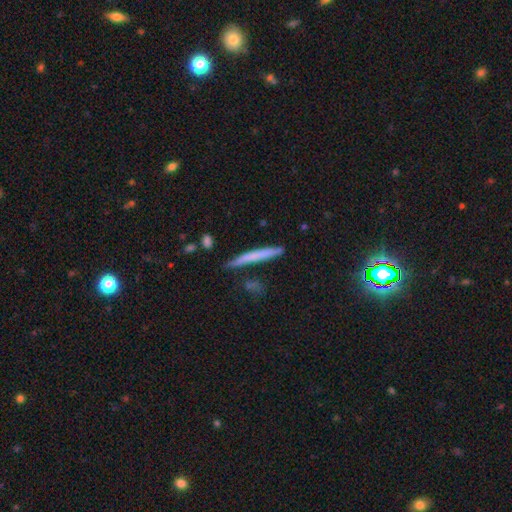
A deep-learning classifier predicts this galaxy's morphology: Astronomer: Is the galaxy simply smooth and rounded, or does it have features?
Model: smooth — 60%.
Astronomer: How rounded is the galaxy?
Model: cigar-shaped — 96%.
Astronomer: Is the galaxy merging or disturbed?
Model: none — 81%.